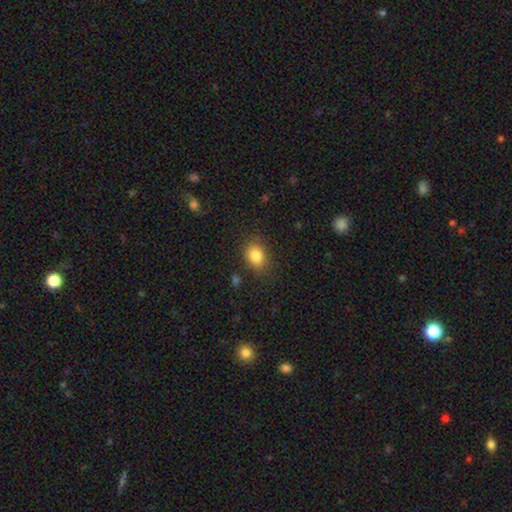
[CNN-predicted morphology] This is clearly a smooth galaxy (83%). How rounded: likely in between (65%). Merging: clearly none (82%).